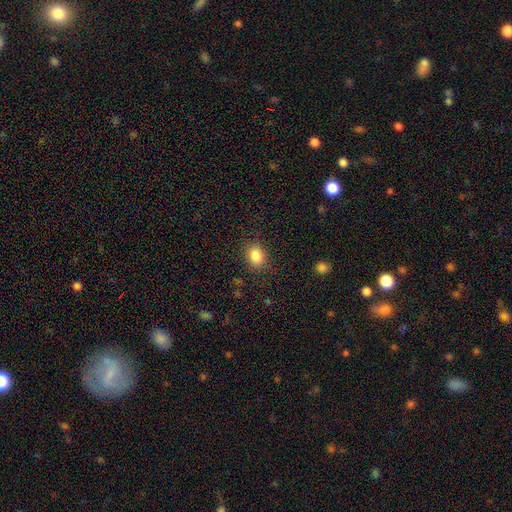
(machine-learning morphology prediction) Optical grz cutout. It shows a smooth galaxy with no disk features (85%) that is in between round and cigar-shaped (59%). Merging: none (83%).